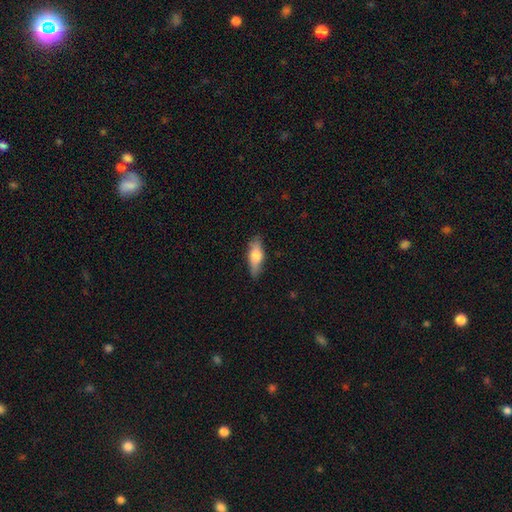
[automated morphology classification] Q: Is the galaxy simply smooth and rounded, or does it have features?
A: smooth — 65%.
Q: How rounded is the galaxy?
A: in between — 60%.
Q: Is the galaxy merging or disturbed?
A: none — 82%.